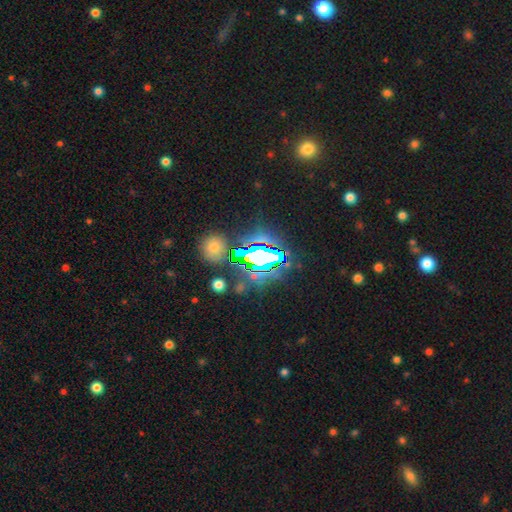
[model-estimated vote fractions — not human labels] Smooth or featured? Predicted: star or artifact (p=0.73).